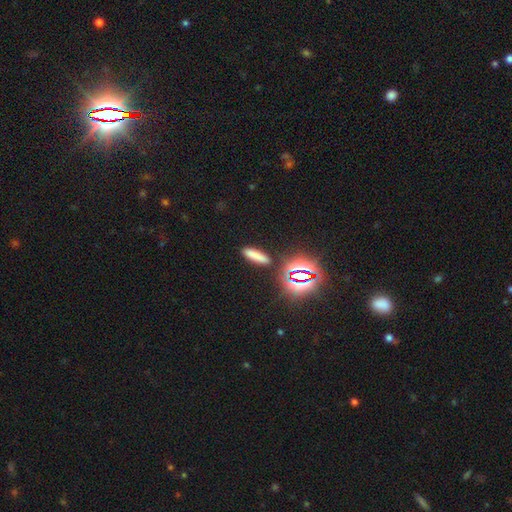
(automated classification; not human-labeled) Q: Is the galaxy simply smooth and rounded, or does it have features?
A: smooth — 72%.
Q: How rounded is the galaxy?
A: cigar-shaped — 72%.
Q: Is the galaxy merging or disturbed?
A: none — 88%.